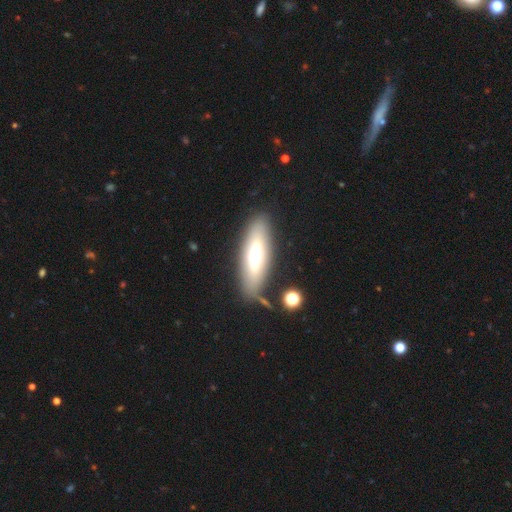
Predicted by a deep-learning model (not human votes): This is possibly a smooth galaxy (54%). How rounded: possibly in between (50%). Merging: likely none (78%).